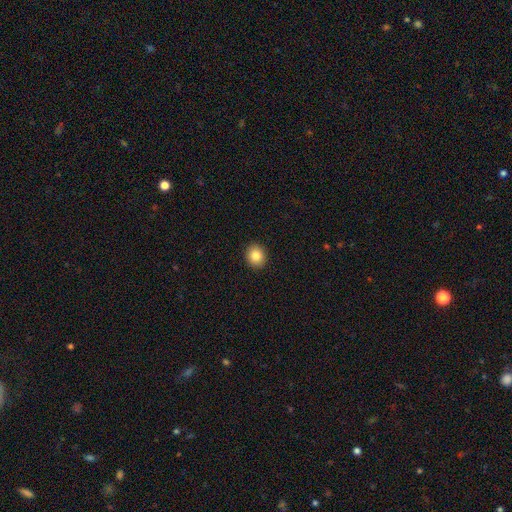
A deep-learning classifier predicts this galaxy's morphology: The model was most divided on "how rounded": round: 75%, in between: 24%, cigar-shaped: 1%. More confident: merging — none (92%); smooth or featured — smooth (84%).